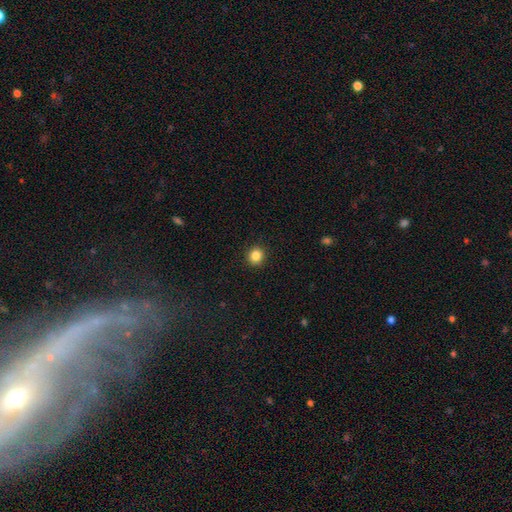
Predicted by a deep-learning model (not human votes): A smooth galaxy with no disk features (85%) that is round (87%). Merging: none (92%).